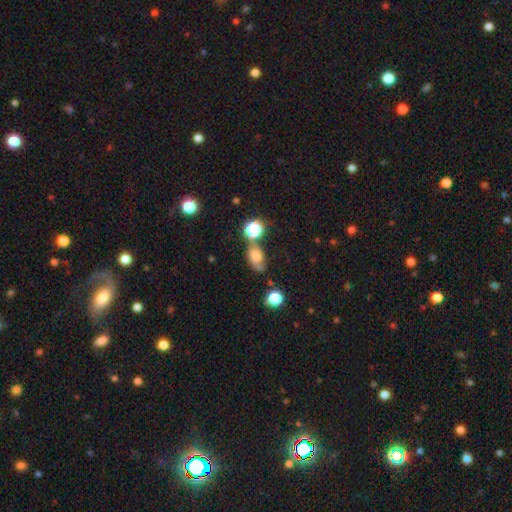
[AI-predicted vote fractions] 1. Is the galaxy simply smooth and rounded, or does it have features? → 58% smooth, 24% featured or disk, 18% star or artifact.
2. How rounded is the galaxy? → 66% in between, 31% round, 3% cigar-shaped.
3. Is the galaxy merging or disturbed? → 38% none, 24% minor disturbance, 20% merger, 18% major disturbance.